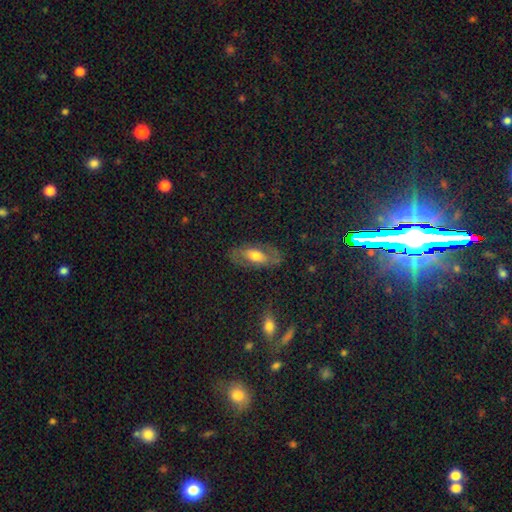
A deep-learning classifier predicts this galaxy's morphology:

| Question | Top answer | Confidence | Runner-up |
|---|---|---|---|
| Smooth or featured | featured or disk | 46% | smooth (45%) |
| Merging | none | 76% | minor disturbance (15%) |